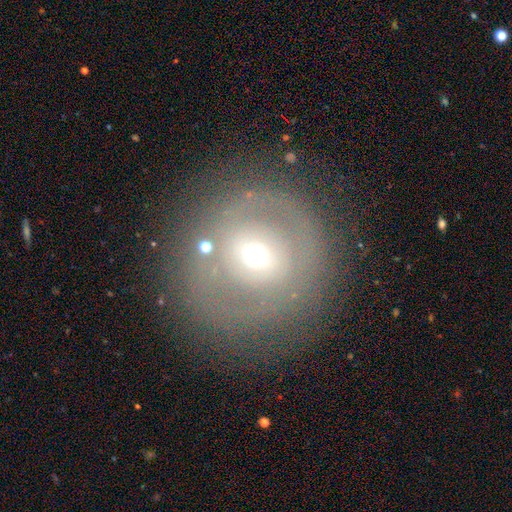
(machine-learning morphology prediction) Smooth or featured?
  - featured or disk: 49% *
  - smooth: 39%
  - star or artifact: 11%
Merging?
  - none: 75% *
  - minor disturbance: 13%
  - major disturbance: 9%
  - merger: 3%